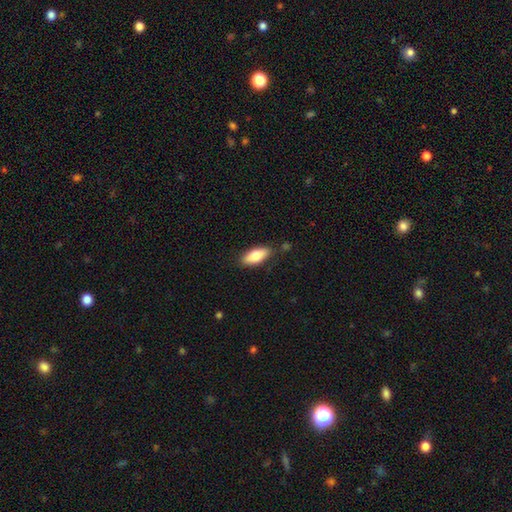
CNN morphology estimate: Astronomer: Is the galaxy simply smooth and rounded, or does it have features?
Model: smooth — 78%.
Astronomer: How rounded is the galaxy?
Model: in between — 79%.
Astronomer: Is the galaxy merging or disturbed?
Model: none — 82%.